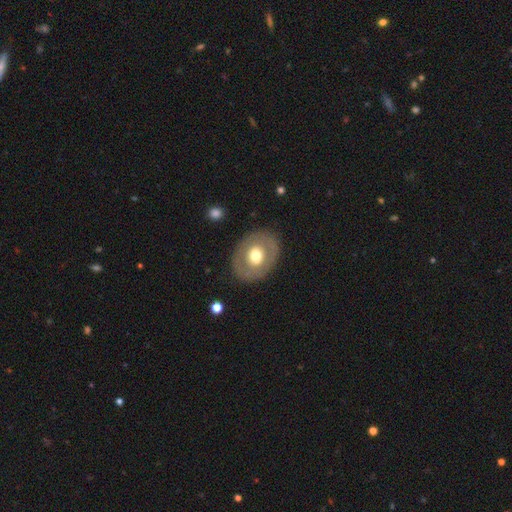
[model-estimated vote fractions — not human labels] This is possibly a smooth galaxy (50%). Merging: clearly none (84%).